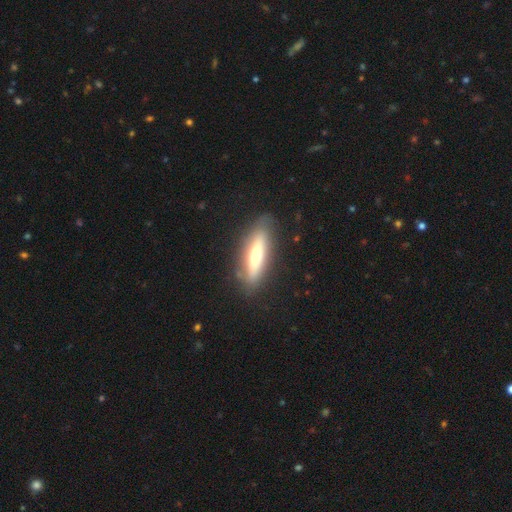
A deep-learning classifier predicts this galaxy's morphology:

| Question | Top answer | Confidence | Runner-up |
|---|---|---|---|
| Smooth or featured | smooth | 56% | featured or disk (38%) |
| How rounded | cigar-shaped | 61% | in between (37%) |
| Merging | none | 79% | minor disturbance (14%) |